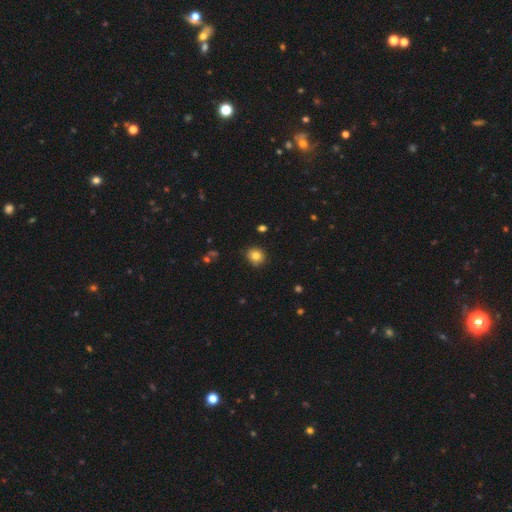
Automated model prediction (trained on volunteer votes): smooth-or-featured: smooth: 83% | star or artifact: 11% | featured or disk: 6%
  how-rounded: round: 81% | in between: 18% | cigar-shaped: 1%
  merging: none: 86% | minor disturbance: 10% | major disturbance: 2% | merger: 1%